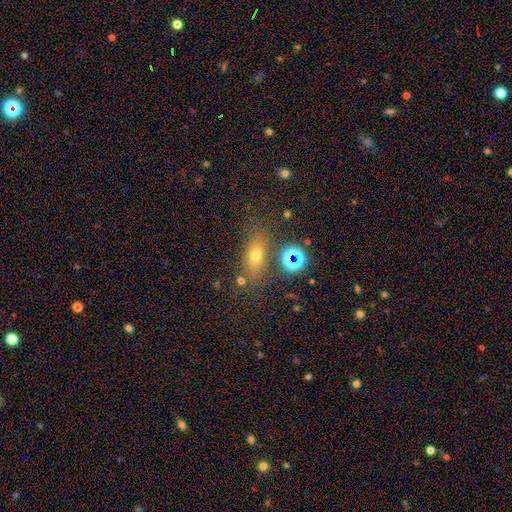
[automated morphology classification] This is possibly a smooth galaxy (59%). How rounded: likely in between (60%). Merging: likely none (75%).